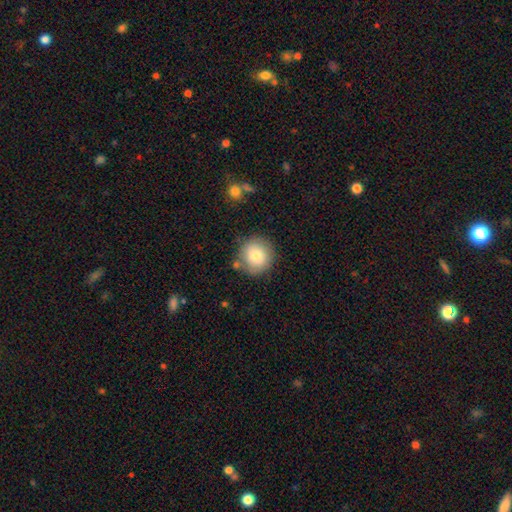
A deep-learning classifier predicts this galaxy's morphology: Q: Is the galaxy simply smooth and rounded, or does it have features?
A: smooth — 80%.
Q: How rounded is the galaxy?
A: round — 92%.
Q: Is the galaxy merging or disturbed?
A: none — 79%.